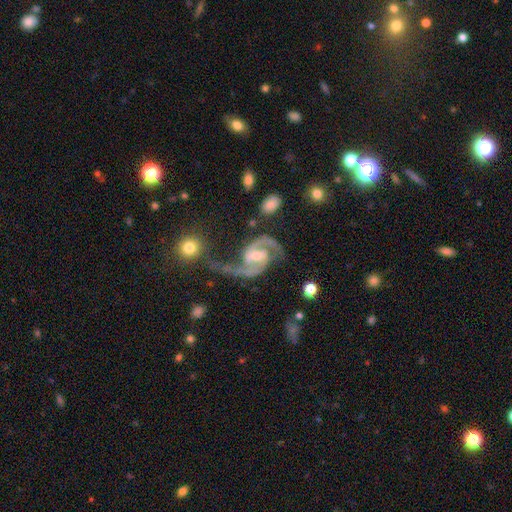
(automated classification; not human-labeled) featured or disk 92%, star or artifact 4%, smooth 3%. Down the decision tree: edge-on disk — no (98%); bar — weak (49%); spiral arms — yes (98%); spiral arm count — 2 (93%); spiral winding — medium (57%); bulge size — small (48%); merging — none (54%).